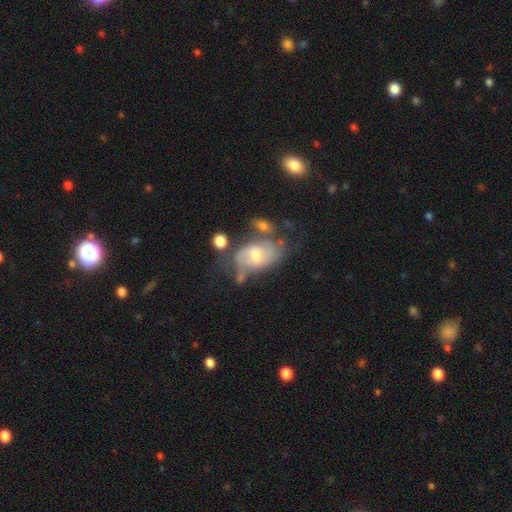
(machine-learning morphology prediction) Smooth or featured: featured or disk — 73% (smooth — 19%)
Edge-on disk: no — 96% (yes — 4%)
Bar: no — 51% (weak — 40%)
Spiral arms: yes — 85% (no — 15%)
Spiral winding: medium — 44% (tight — 34%)
Spiral arm count: 2 — 59% (can't tell — 26%)
Bulge size: moderate — 59% (small — 33%)
Merging: none — 44% (minor disturbance — 24%)